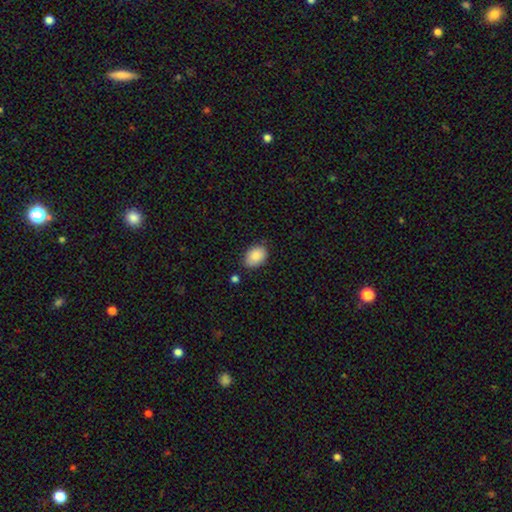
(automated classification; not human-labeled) The model was most divided on "merging": none: 77%, minor disturbance: 17%, major disturbance: 3%, merger: 3%. More confident: smooth or featured — smooth (88%); how rounded — in between (80%).